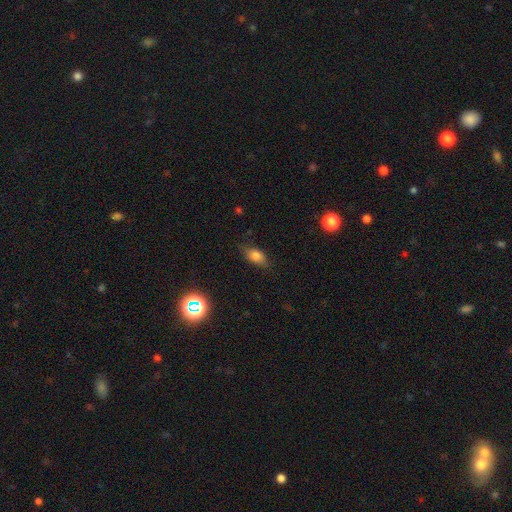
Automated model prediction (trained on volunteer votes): Morphology: type=smooth (78%); roundness=in between (86%); merging=none (76%).